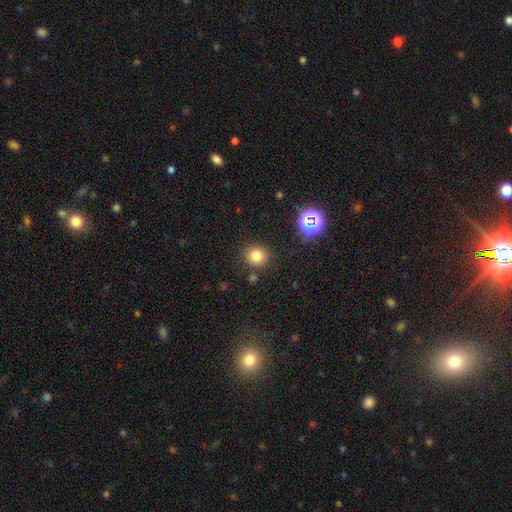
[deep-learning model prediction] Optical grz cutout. It shows a smooth galaxy with no disk features (78%) that is round (83%). Merging: none (84%).